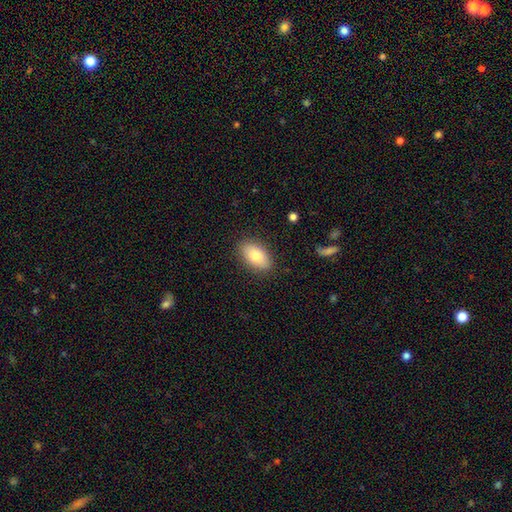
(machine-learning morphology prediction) smooth 79%, featured or disk 14%, star or artifact 7%. Down the decision tree: how rounded — in between (92%); merging — none (87%).